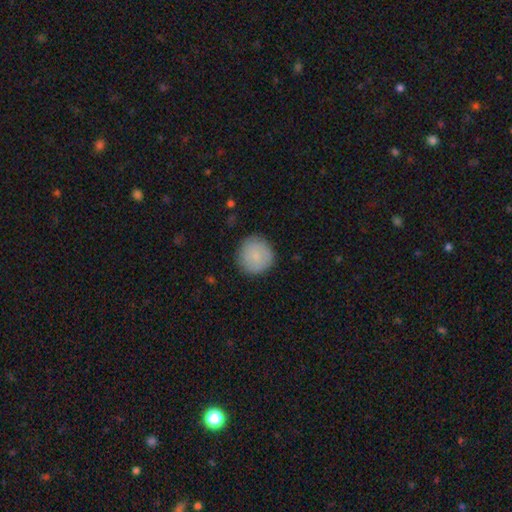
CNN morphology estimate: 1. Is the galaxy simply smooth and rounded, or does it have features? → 81% smooth, 12% featured or disk, 6% star or artifact.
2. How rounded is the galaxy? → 94% round, 5% in between, 1% cigar-shaped.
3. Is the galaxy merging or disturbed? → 86% none, 11% minor disturbance, 3% major disturbance, 1% merger.